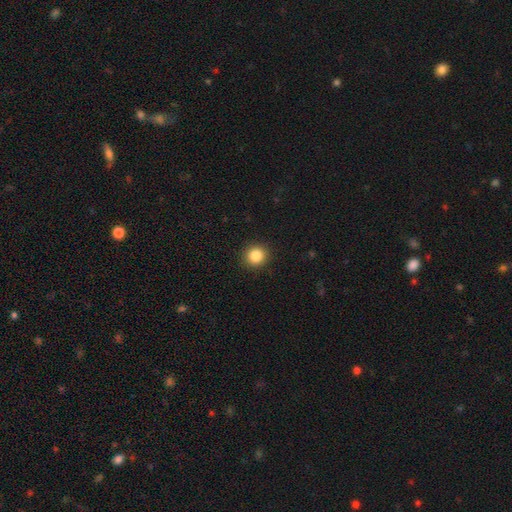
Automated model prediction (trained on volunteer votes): Smooth or featured: smooth — 85% (star or artifact — 10%)
How rounded: round — 91% (in between — 8%)
Merging: none — 92% (minor disturbance — 6%)